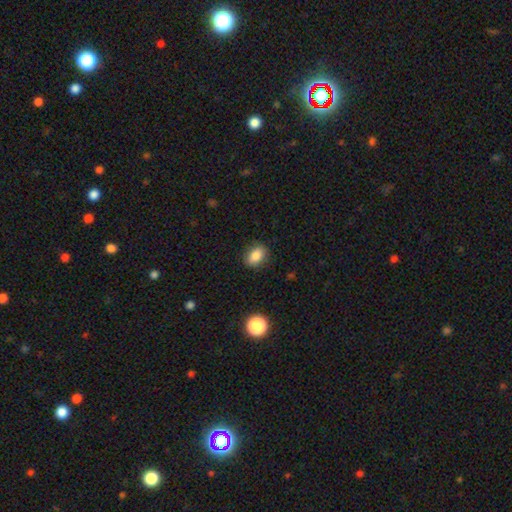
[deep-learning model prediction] Smooth or featured?
  - smooth: 85% *
  - star or artifact: 9%
  - featured or disk: 5%
How rounded?
  - in between: 79% *
  - round: 19%
  - cigar-shaped: 2%
Merging?
  - none: 86% *
  - minor disturbance: 10%
  - major disturbance: 3%
  - merger: 1%